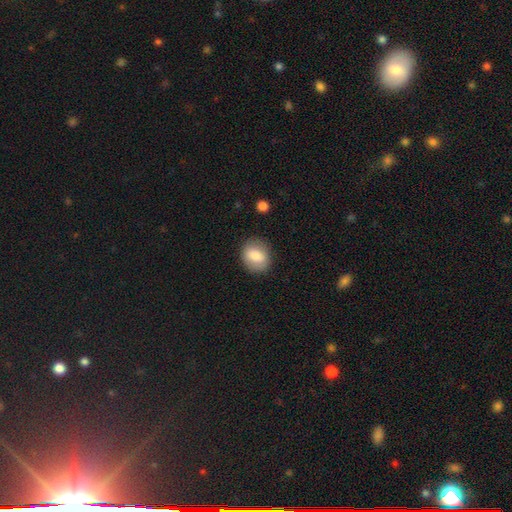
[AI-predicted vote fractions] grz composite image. It shows a smooth galaxy with no disk features (79%) that is round (54%). Merging: none (83%).